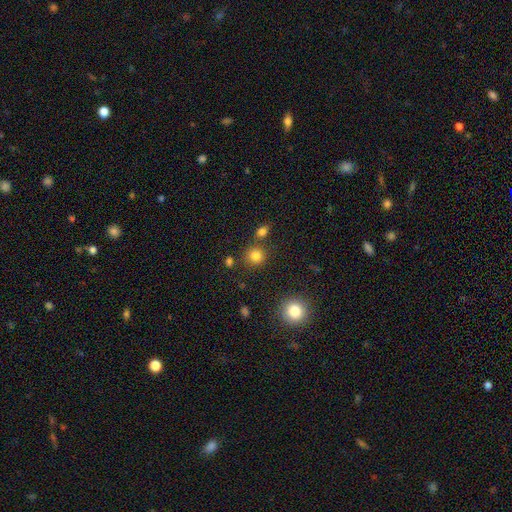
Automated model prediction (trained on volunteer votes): smooth_or_featured: smooth (p=0.81) [alt: star or artifact p=0.14]
how_rounded: round (p=0.87) [alt: in between p=0.12]
merging: none (p=0.76) [alt: merger p=0.12]